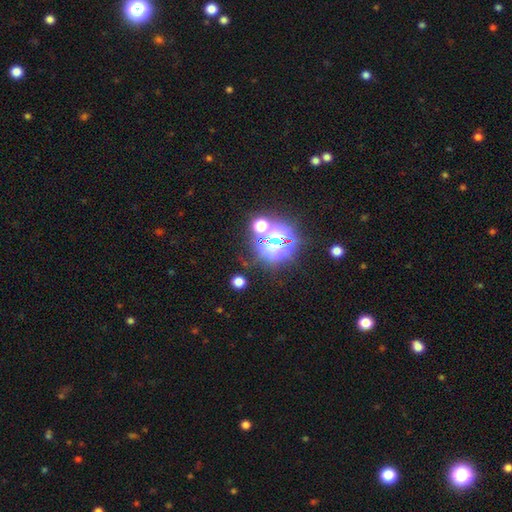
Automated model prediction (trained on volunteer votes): smooth-or-featured: star or artifact: 82% | smooth: 12% | featured or disk: 6%